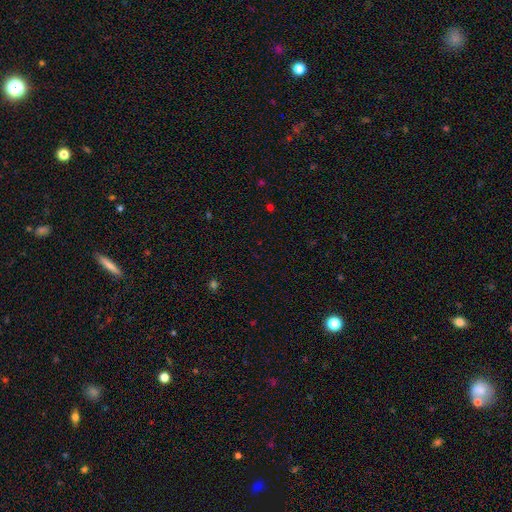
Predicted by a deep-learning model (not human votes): smooth-or-featured: star or artifact: 66% | smooth: 27% | featured or disk: 7%